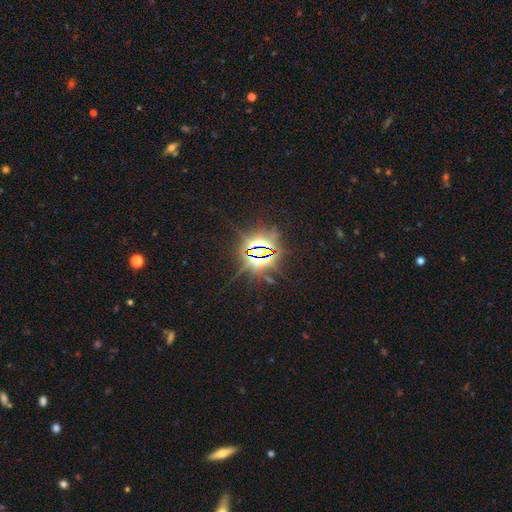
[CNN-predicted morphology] smooth-or-featured: star or artifact: 83% | smooth: 9% | featured or disk: 8%